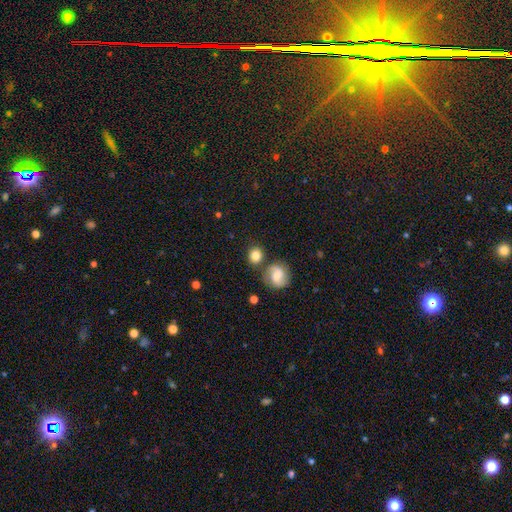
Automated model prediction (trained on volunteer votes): The model was most divided on "merging": none: 73%, merger: 12%, minor disturbance: 12%, major disturbance: 3%. More confident: how rounded — round (83%); smooth or featured — smooth (78%).